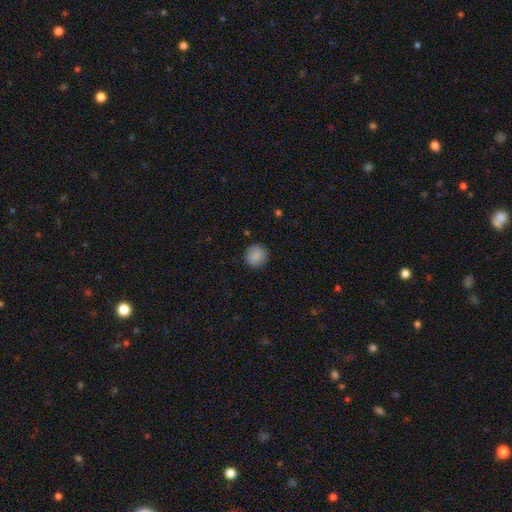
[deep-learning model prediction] smooth_or_featured: smooth (p=0.88) [alt: star or artifact p=0.08]
how_rounded: round (p=0.92) [alt: in between p=0.07]
merging: none (p=0.90) [alt: minor disturbance p=0.07]